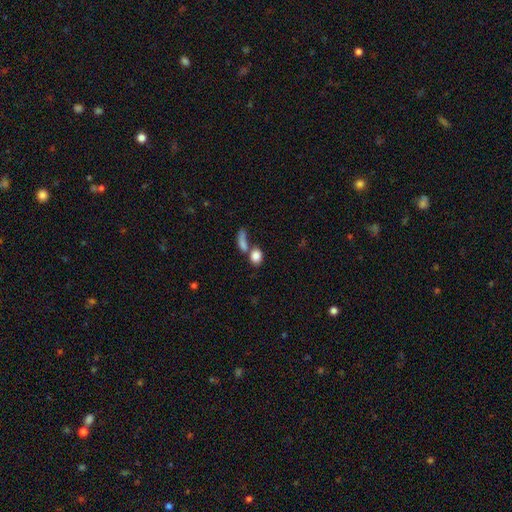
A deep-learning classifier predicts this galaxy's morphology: Smooth or featured: smooth — 83% (featured or disk — 9%)
How rounded: in between — 52% (round — 44%)
Merging: merger — 48% (none — 36%)